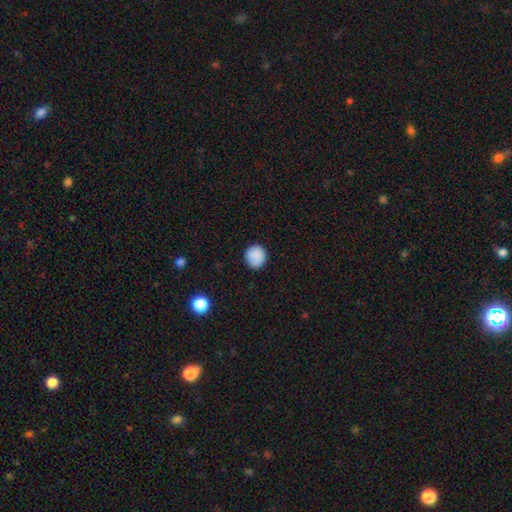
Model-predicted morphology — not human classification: smooth_or_featured: smooth (p=0.89) [alt: star or artifact p=0.08]
how_rounded: round (p=0.90) [alt: in between p=0.09]
merging: none (p=0.89) [alt: minor disturbance p=0.08]